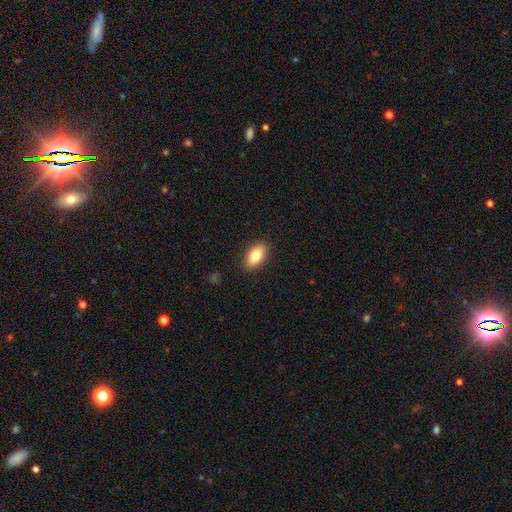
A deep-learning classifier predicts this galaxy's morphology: A smooth galaxy with no disk features (81%) that is in between round and cigar-shaped (90%). Merging: none (89%).